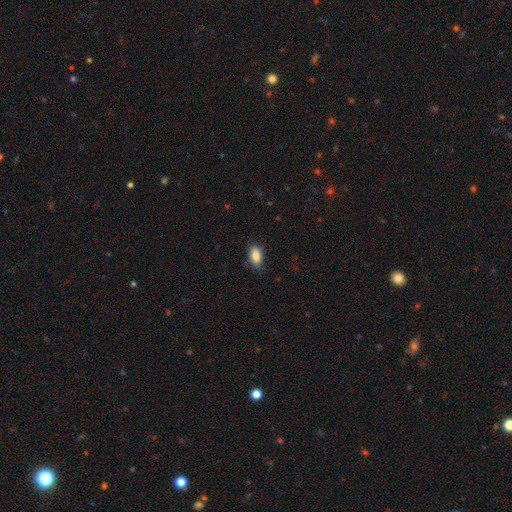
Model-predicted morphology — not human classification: This is clearly a smooth galaxy (87%). How rounded: clearly in between (91%). Merging: clearly none (82%).